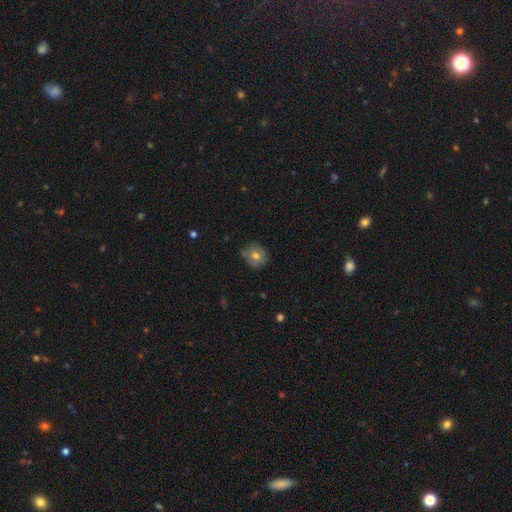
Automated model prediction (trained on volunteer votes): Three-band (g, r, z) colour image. It shows a smooth galaxy with no disk features (70%) that is round (74%). Merging: none (75%).